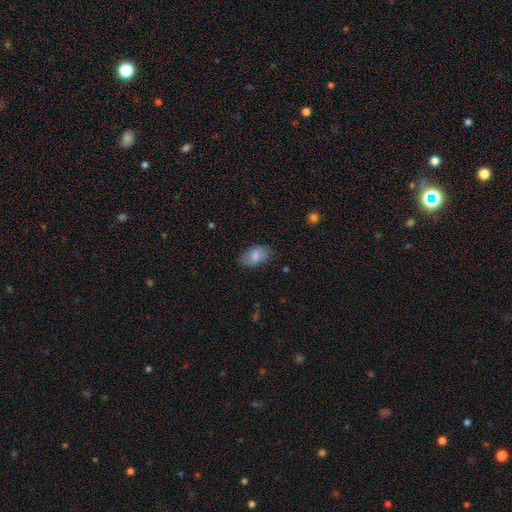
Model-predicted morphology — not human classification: Smooth or featured? smooth (80%)
How rounded? in between (92%)
Merging? none (78%)